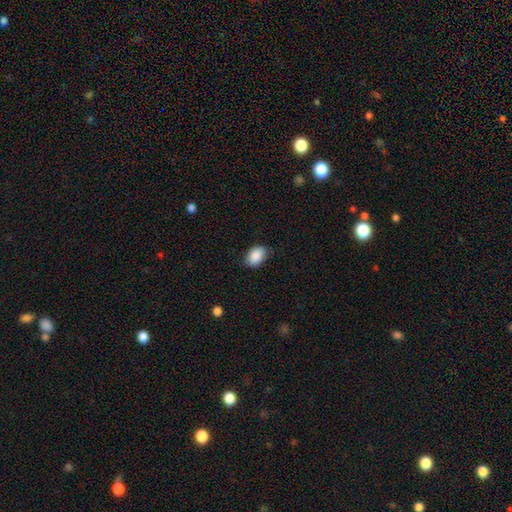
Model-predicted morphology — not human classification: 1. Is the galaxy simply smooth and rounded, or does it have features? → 89% smooth, 7% star or artifact, 4% featured or disk.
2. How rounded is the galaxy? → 85% in between, 14% round, 1% cigar-shaped.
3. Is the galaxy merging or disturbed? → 80% none, 16% minor disturbance, 3% major disturbance, 1% merger.